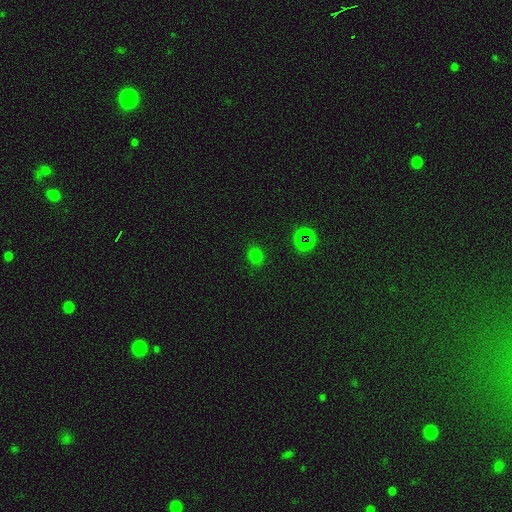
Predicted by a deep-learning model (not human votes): Q: Smooth or featured?
A: smooth (72%); runner-up: star or artifact (24%)
Q: How rounded?
A: round (75%); runner-up: in between (24%)
Q: Merging?
A: none (86%); runner-up: minor disturbance (9%)